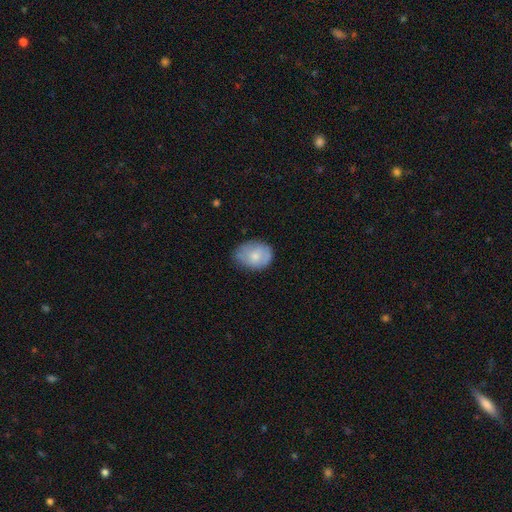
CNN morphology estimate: type=smooth (71%); roundness=in between (61%); merging=none (59%).